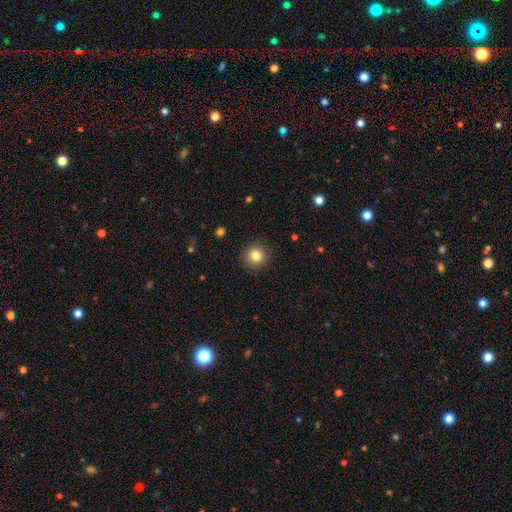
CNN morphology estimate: smooth-or-featured: smooth: 83% | star or artifact: 11% | featured or disk: 6%
  how-rounded: round: 91% | in between: 8% | cigar-shaped: 1%
  merging: none: 91% | minor disturbance: 6% | major disturbance: 2% | merger: 1%